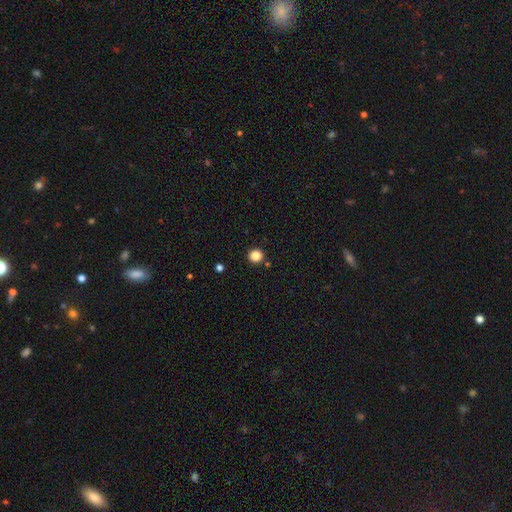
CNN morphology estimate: type=smooth (85%); roundness=round (94%); merging=none (91%).